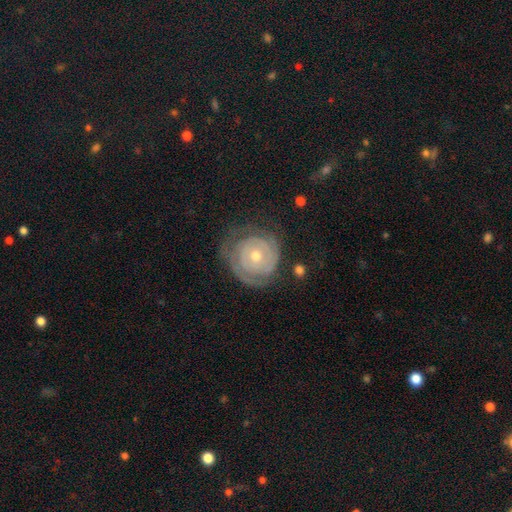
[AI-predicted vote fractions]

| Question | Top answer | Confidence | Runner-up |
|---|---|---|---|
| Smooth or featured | featured or disk | 79% | smooth (15%) |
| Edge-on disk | no | 97% | yes (3%) |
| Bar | no | 83% | weak (14%) |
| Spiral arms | yes | 88% | no (12%) |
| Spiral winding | tight | 82% | medium (13%) |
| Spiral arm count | can't tell | 39% | 2 (31%) |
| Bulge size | moderate | 49% | small (47%) |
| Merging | none | 66% | minor disturbance (20%) |